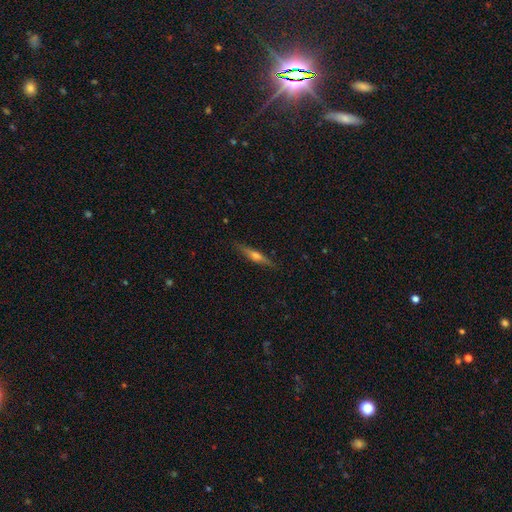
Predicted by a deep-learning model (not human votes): Smooth or featured? Predicted: featured or disk (p=0.65). Edge-on disk? Predicted: yes (p=0.96). Edge-on bulge? Predicted: rounded (p=0.85). Merging? Predicted: none (p=0.89).